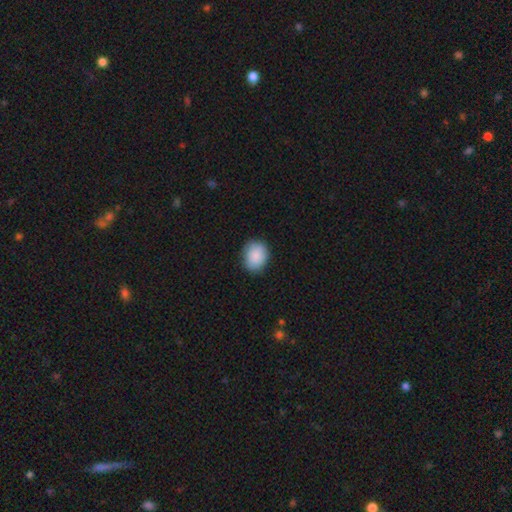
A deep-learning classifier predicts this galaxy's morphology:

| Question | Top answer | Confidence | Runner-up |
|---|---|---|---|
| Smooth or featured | smooth | 88% | star or artifact (7%) |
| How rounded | round | 51% | in between (48%) |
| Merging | none | 84% | minor disturbance (12%) |